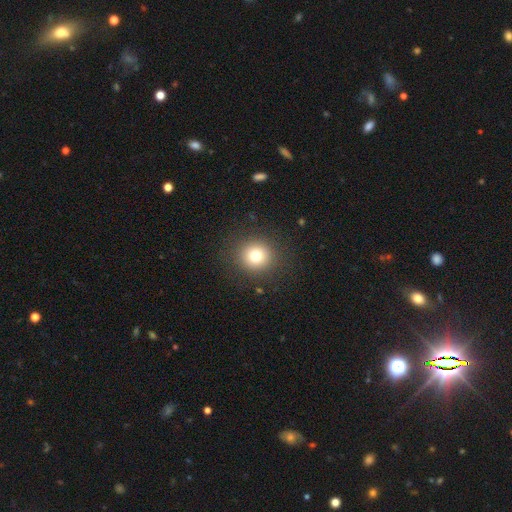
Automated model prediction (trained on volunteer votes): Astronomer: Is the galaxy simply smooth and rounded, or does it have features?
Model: smooth — 77%.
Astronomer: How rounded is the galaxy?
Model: round — 91%.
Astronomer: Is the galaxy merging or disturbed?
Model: none — 89%.